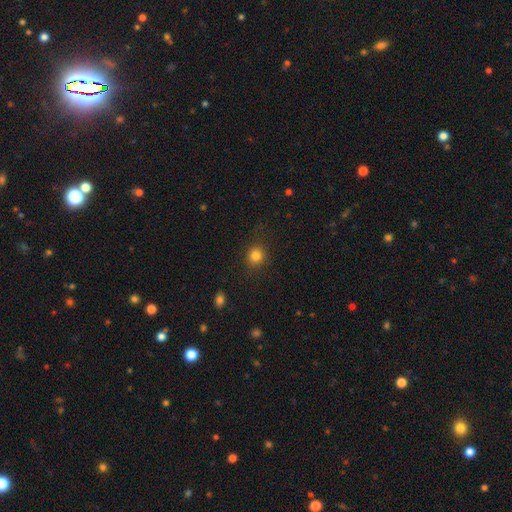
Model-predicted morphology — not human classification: Smooth or featured: smooth — 82% (star or artifact — 12%)
How rounded: round — 86% (in between — 13%)
Merging: none — 85% (minor disturbance — 10%)